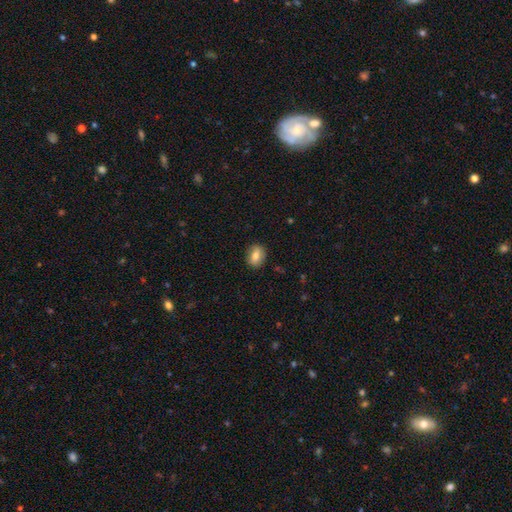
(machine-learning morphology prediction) Smooth or featured?
  - smooth: 71% *
  - featured or disk: 20%
  - star or artifact: 9%
How rounded?
  - in between: 60% *
  - round: 38%
  - cigar-shaped: 2%
Merging?
  - none: 86% *
  - minor disturbance: 10%
  - major disturbance: 2%
  - merger: 1%